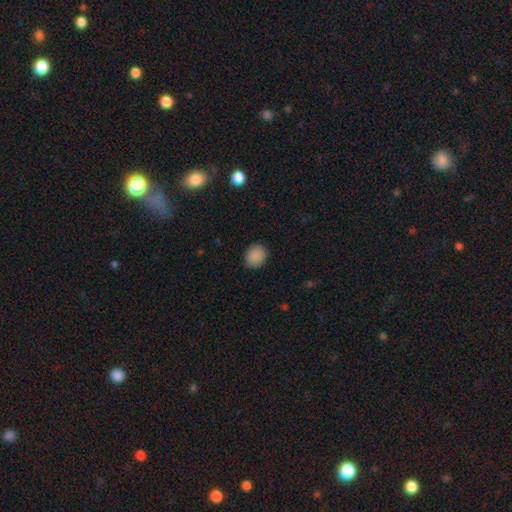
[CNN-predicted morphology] Smooth or featured? smooth (88%)
How rounded? round (66%)
Merging? none (89%)